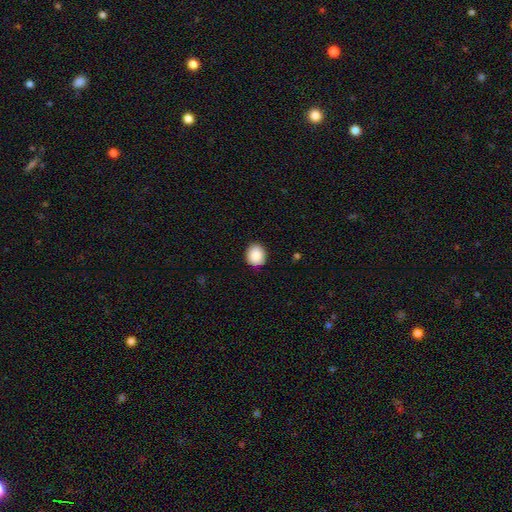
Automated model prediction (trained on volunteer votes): Q: Smooth or featured?
A: smooth (87%); runner-up: star or artifact (8%)
Q: How rounded?
A: round (69%); runner-up: in between (30%)
Q: Merging?
A: none (89%); runner-up: minor disturbance (8%)